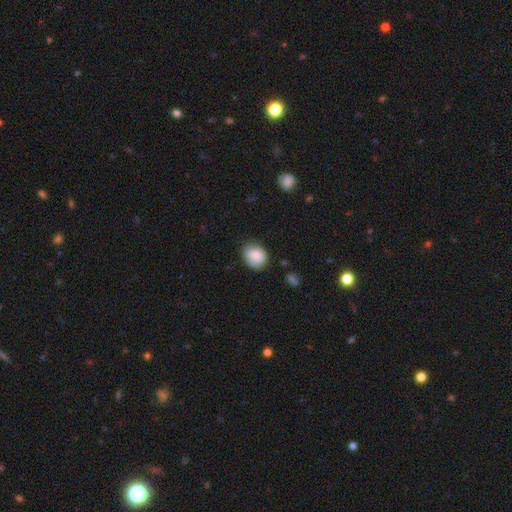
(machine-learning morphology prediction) Smooth or featured?
  - smooth: 83% *
  - featured or disk: 9%
  - star or artifact: 7%
How rounded?
  - round: 54% *
  - in between: 45%
  - cigar-shaped: 1%
Merging?
  - none: 69% *
  - minor disturbance: 24%
  - major disturbance: 5%
  - merger: 2%